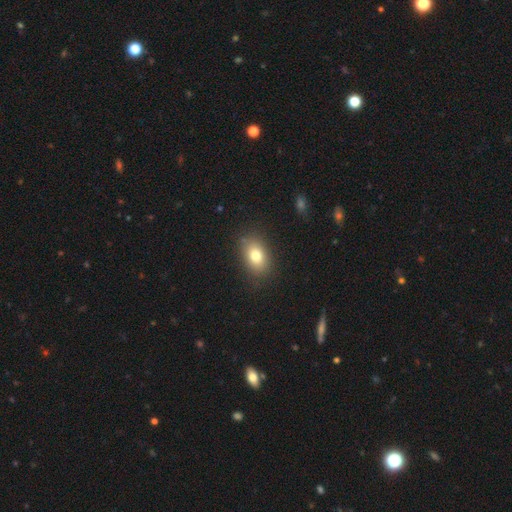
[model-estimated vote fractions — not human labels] smooth-or-featured: smooth: 78% | featured or disk: 12% | star or artifact: 10%
  how-rounded: in between: 81% | round: 17% | cigar-shaped: 2%
  merging: none: 84% | minor disturbance: 11% | major disturbance: 3% | merger: 2%